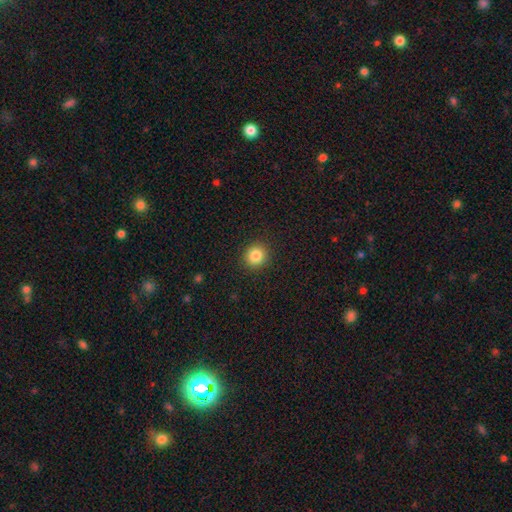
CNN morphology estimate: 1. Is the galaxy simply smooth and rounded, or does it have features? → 84% smooth, 10% star or artifact, 5% featured or disk.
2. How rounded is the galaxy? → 90% round, 10% in between, 1% cigar-shaped.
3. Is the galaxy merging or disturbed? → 91% none, 6% minor disturbance, 2% major disturbance, 1% merger.